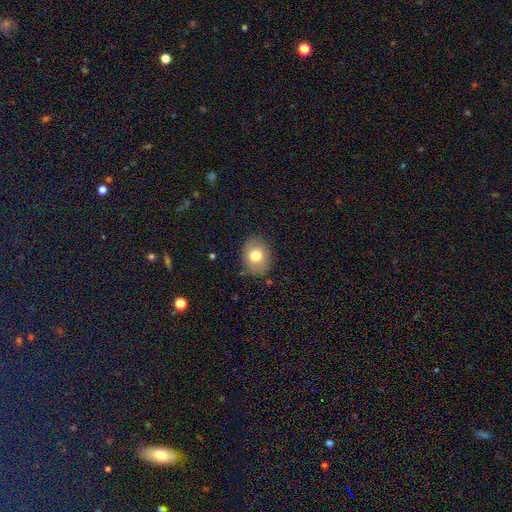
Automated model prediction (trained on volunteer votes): Smooth or featured? smooth (76%)
How rounded? in between (51%)
Merging? none (84%)